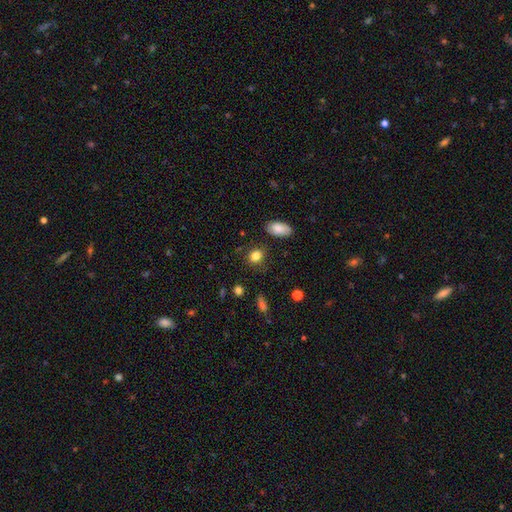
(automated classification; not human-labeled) This appears to be a smooth galaxy with no disk features (84%) that is round (55%). Merging: none (81%).